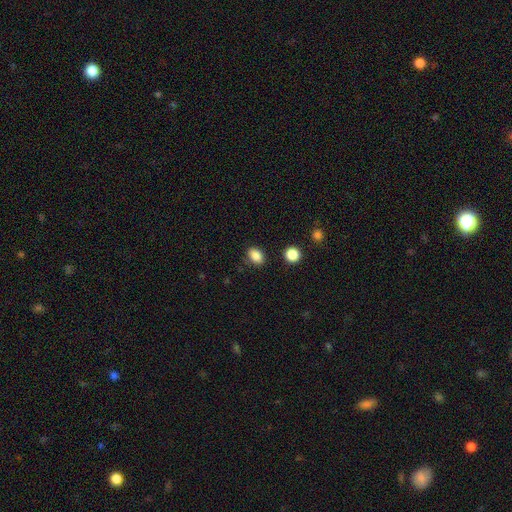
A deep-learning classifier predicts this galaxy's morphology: A smooth galaxy with no disk features (87%) that is in between round and cigar-shaped (77%). Merging: none (85%).